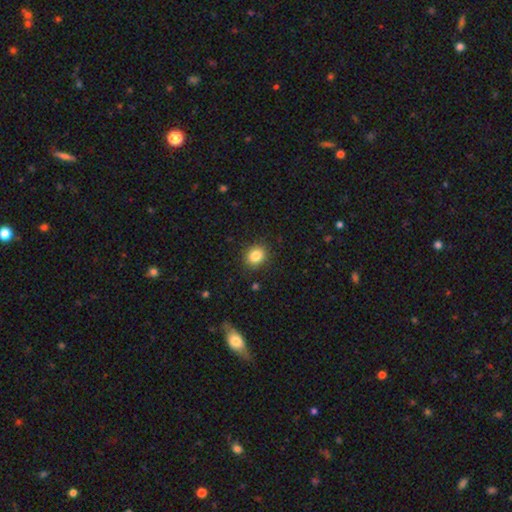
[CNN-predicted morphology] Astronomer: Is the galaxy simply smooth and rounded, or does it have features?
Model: smooth — 85%.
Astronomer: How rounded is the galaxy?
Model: round — 63%.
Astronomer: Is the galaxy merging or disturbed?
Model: none — 88%.